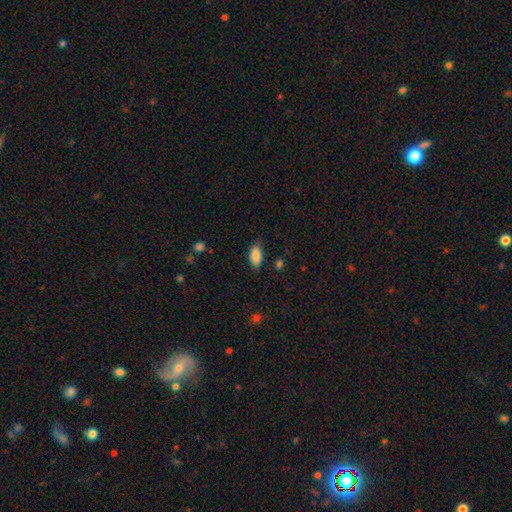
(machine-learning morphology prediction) This is clearly a smooth galaxy (87%). How rounded: clearly in between (91%). Merging: clearly none (81%).